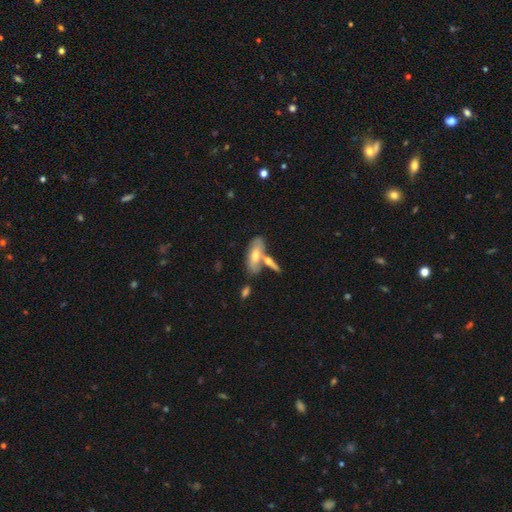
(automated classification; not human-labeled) A smooth galaxy with no disk features (57%) that is in between round and cigar-shaped (75%). Merging: none (49%).